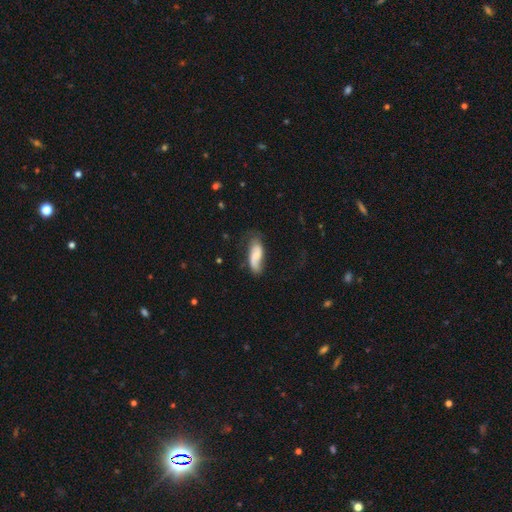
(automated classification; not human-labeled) A smooth galaxy with no disk features (53%) that is in between round and cigar-shaped (75%). Merging: none (52%).